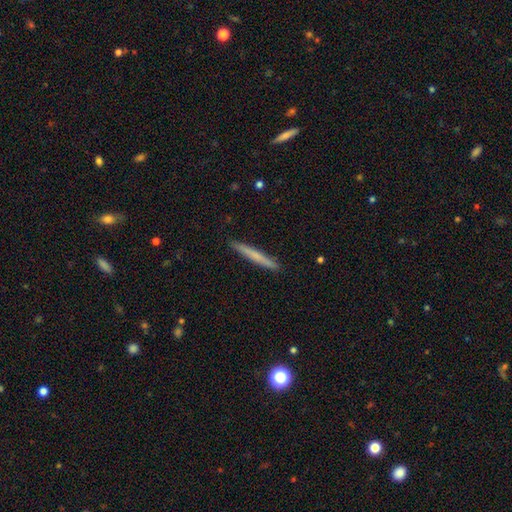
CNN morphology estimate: smooth_or_featured: smooth (p=0.63) [alt: featured or disk p=0.32]
how_rounded: cigar-shaped (p=0.97) [alt: in between p=0.02]
merging: none (p=0.91) [alt: minor disturbance p=0.06]